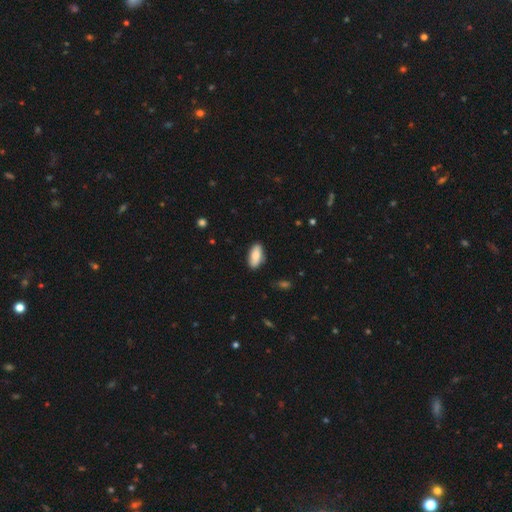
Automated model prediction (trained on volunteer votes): Overall: smooth (79%). How rounded: in between (88%). Merging: none (85%).